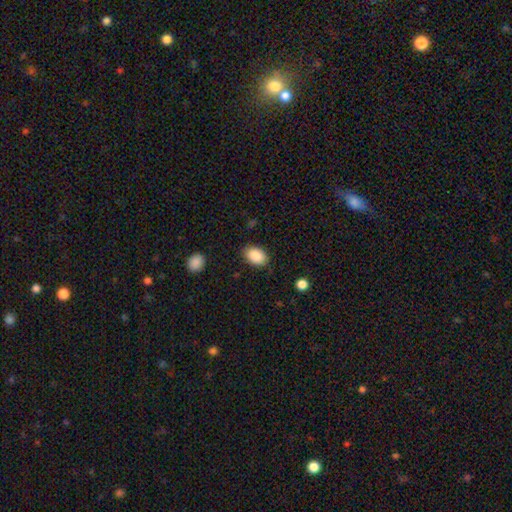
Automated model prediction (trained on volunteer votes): smooth-or-featured: smooth: 89% | star or artifact: 7% | featured or disk: 4%
  how-rounded: in between: 85% | round: 14% | cigar-shaped: 1%
  merging: none: 84% | minor disturbance: 12% | major disturbance: 3% | merger: 1%